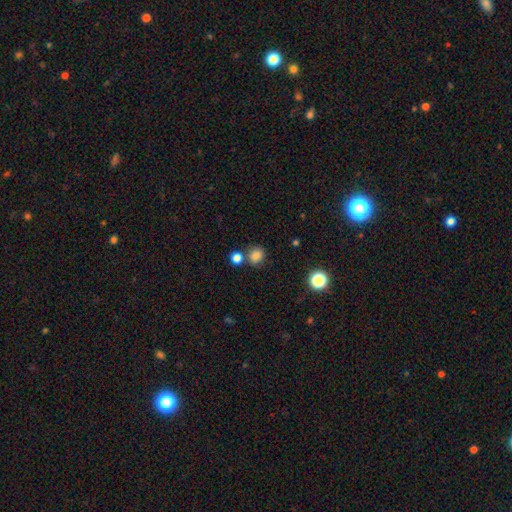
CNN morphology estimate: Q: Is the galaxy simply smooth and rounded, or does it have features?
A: smooth — 80%.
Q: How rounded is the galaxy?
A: round — 83%.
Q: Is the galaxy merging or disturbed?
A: none — 71%.